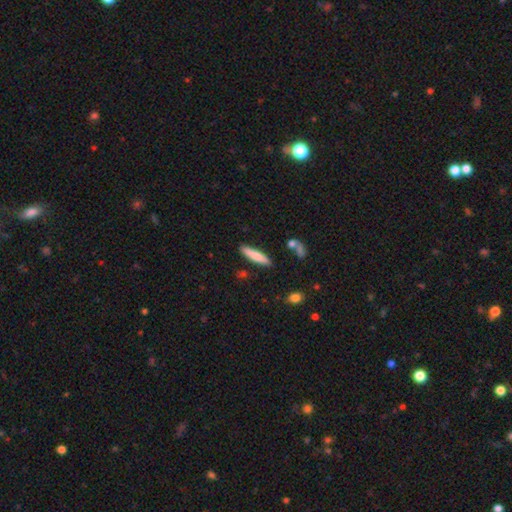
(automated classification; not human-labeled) smooth_or_featured: smooth (p=0.76) [alt: featured or disk p=0.18]
how_rounded: cigar-shaped (p=0.86) [alt: in between p=0.13]
merging: none (p=0.86) [alt: minor disturbance p=0.09]